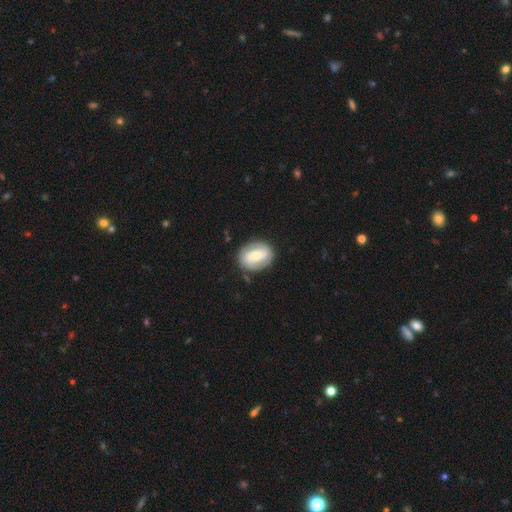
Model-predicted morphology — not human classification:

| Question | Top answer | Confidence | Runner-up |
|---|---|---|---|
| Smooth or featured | featured or disk | 58% | smooth (36%) |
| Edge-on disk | no | 97% | yes (3%) |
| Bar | no | 39% | weak (37%) |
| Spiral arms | yes | 76% | no (24%) |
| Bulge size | moderate | 47% | small (40%) |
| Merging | none | 78% | minor disturbance (15%) |